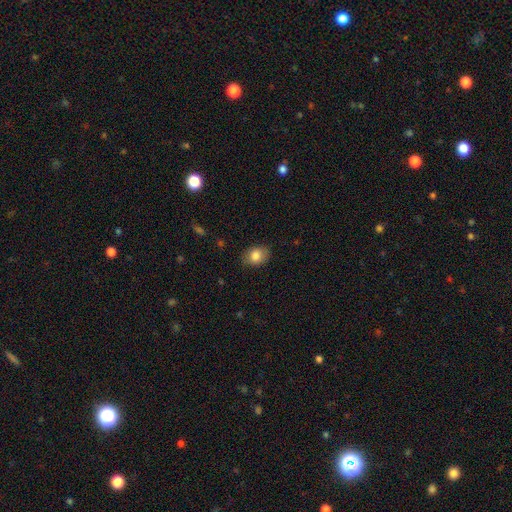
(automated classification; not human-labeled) smooth 82%, featured or disk 10%, star or artifact 8%. Down the decision tree: how rounded — in between (68%); merging — none (81%).